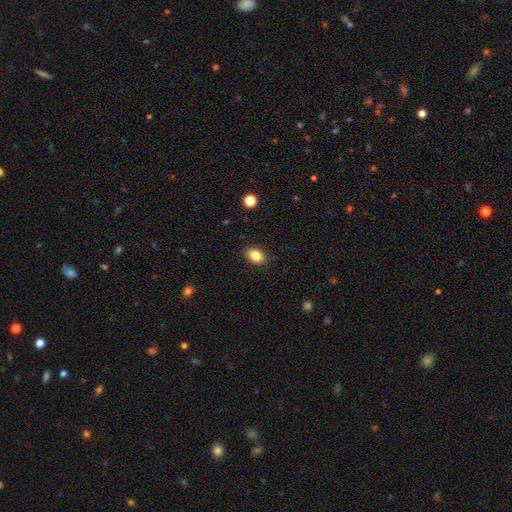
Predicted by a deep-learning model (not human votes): This appears to be a smooth galaxy with no disk features (84%) that is in between round and cigar-shaped (76%). Merging: none (87%).